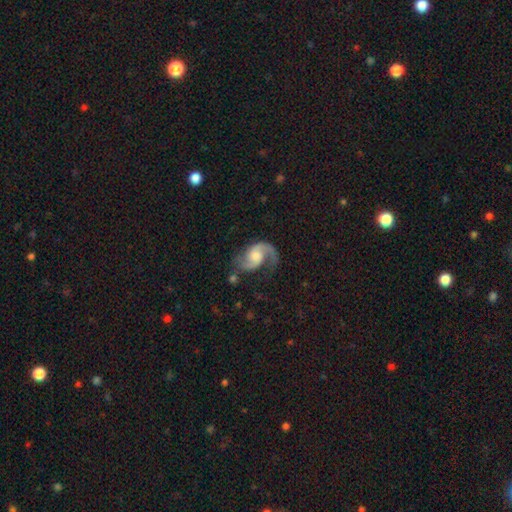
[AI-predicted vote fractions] Morphology: type=featured or disk (88%); edge-on=no (98%); bar=no (58%); spiral arms=yes (97%); winding=medium (50%); arm count=2 (86%); bulge=moderate (39%); merging=none (62%).